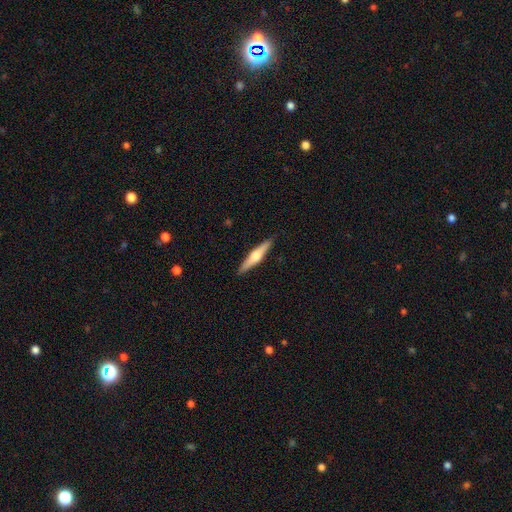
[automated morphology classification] A featured or disk galaxy (56%) viewed edge-on (96%) with a rounded central bulge (91%).

Vote fractions:
- Smooth or featured? featured or disk: 56% / smooth: 39% / star or artifact: 5%
- Edge-on disk? yes: 96% / no: 4%
- Edge-on bulge? rounded: 91% / boxy: 5% / none: 4%
- Merging? none: 90% / minor disturbance: 7% / major disturbance: 2% / merger: 1%